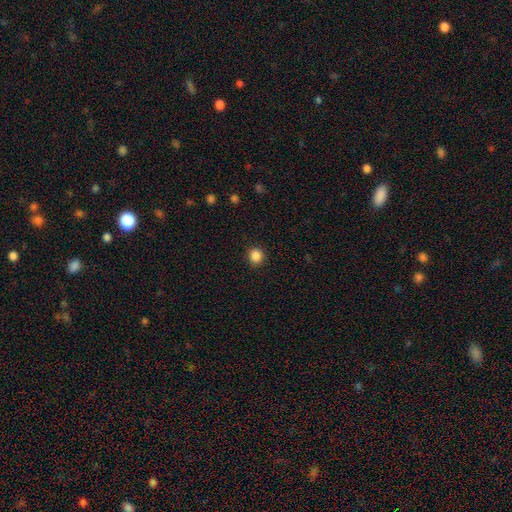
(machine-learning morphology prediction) Smooth or featured? smooth (86%)
How rounded? round (90%)
Merging? none (92%)